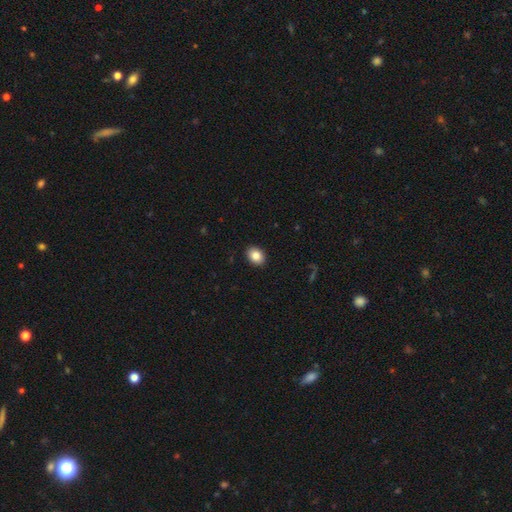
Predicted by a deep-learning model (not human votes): This appears to be a smooth galaxy with no disk features (85%) that is in between round and cigar-shaped (64%). Merging: none (91%).